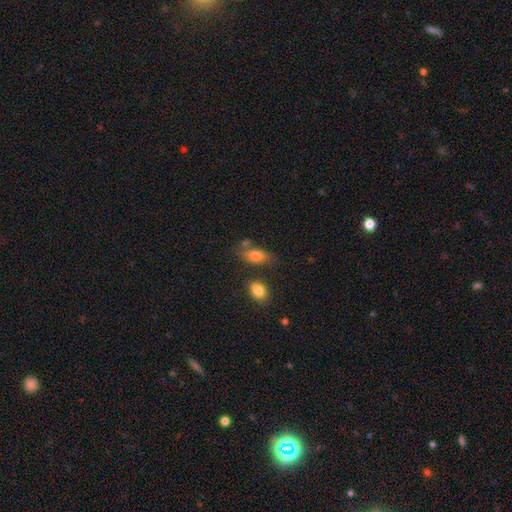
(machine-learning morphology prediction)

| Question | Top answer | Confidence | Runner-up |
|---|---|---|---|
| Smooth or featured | smooth | 79% | featured or disk (12%) |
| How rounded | in between | 87% | round (8%) |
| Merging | none | 56% | minor disturbance (20%) |